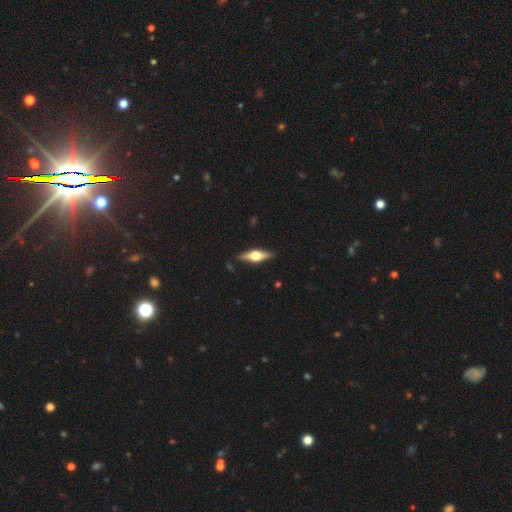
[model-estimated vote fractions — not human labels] This is likely a featured or disk galaxy (68%). It is clearly viewed edge-on (96%). Edge-on bulge: clearly rounded (94%). Merging: clearly none (87%).